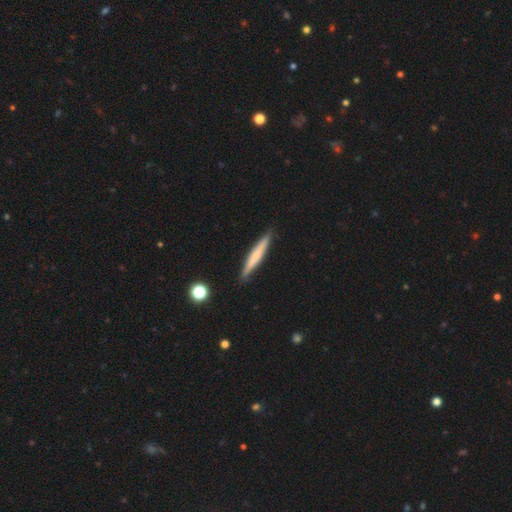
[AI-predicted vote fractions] Smooth or featured? smooth (56%)
How rounded? cigar-shaped (95%)
Merging? none (90%)